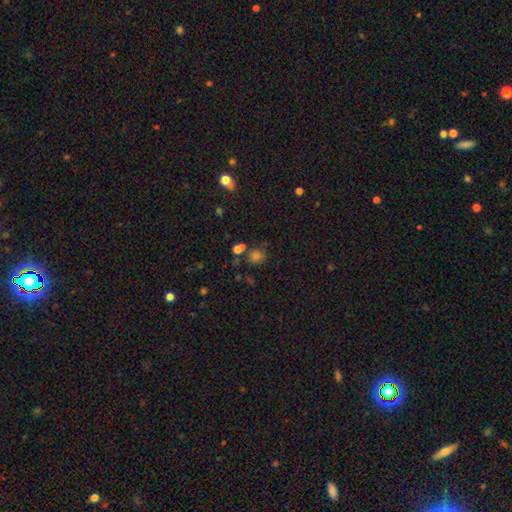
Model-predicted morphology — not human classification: A smooth galaxy with no disk features (50%) that is round (81%).

Vote fractions:
- Smooth or featured? smooth: 50% / star or artifact: 38% / featured or disk: 12%
- How rounded? round: 81% / in between: 17% / cigar-shaped: 1%
- Merging? none: 68% / merger: 14% / minor disturbance: 12% / major disturbance: 6%